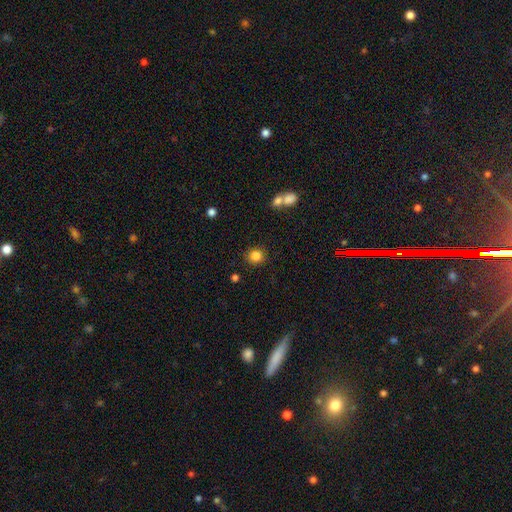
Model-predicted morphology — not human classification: type=smooth (83%); roundness=round (91%); merging=none (89%).